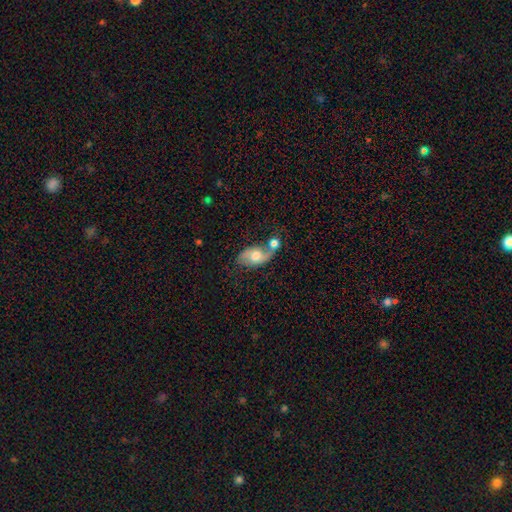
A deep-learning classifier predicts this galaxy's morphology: type=featured or disk (52%); edge-on=no (94%); merging=merger (46%).